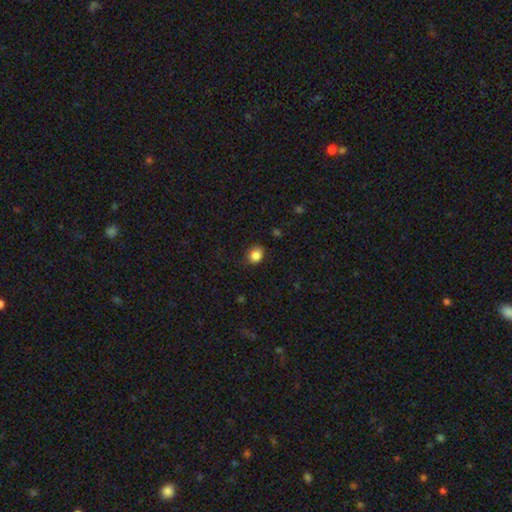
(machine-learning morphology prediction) This is clearly a smooth galaxy (85%). How rounded: likely round (67%). Merging: clearly none (80%).